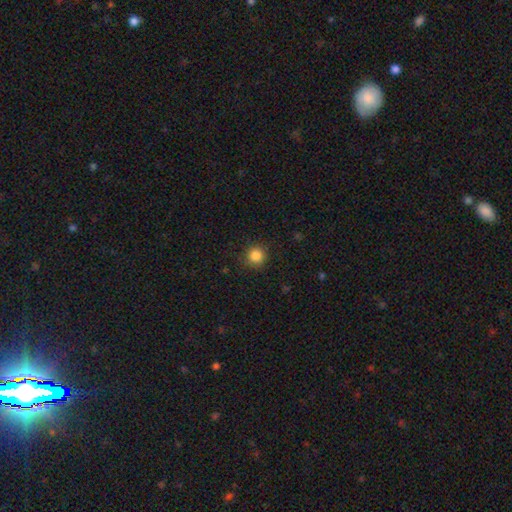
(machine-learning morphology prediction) The model was most divided on "smooth or featured": smooth: 86%, star or artifact: 11%, featured or disk: 3%. More confident: how rounded — round (94%); merging — none (89%).